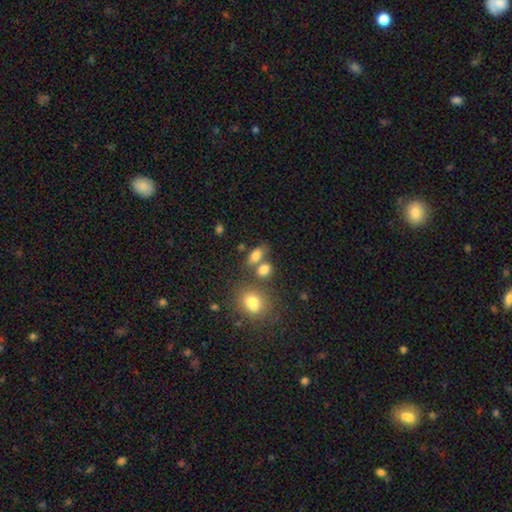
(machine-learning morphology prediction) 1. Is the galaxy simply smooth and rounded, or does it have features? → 78% smooth, 11% star or artifact, 11% featured or disk.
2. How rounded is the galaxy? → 79% in between, 15% round, 6% cigar-shaped.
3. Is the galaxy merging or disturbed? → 52% none, 28% merger, 14% minor disturbance, 6% major disturbance.